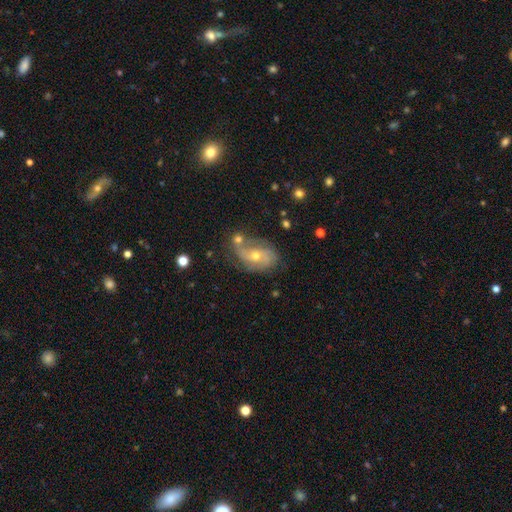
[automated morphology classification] Smooth or featured? Predicted: featured or disk (p=0.72). Edge-on disk? Predicted: no (p=0.96). Bar? Predicted: no (p=0.62). Spiral arms? Predicted: yes (p=0.86). Spiral winding? Predicted: medium (p=0.43). Spiral arm count? Predicted: 2 (p=0.53). Bulge size? Predicted: small (p=0.48, tied with moderate). Merging? Predicted: none (p=0.48).